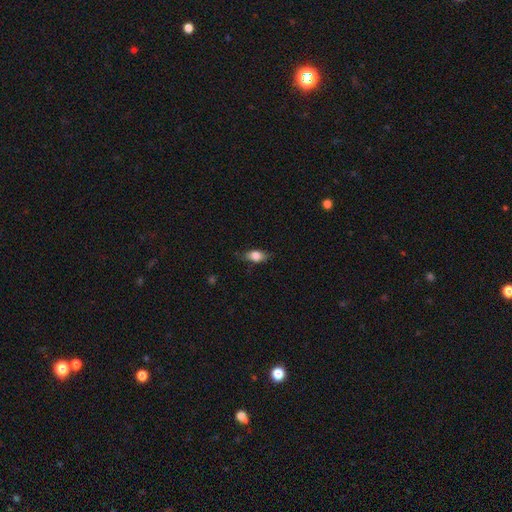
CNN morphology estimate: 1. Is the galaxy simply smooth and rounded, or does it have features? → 79% smooth, 14% featured or disk, 7% star or artifact.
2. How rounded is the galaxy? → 85% in between, 8% cigar-shaped, 7% round.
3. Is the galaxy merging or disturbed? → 76% none, 19% minor disturbance, 4% major disturbance, 1% merger.